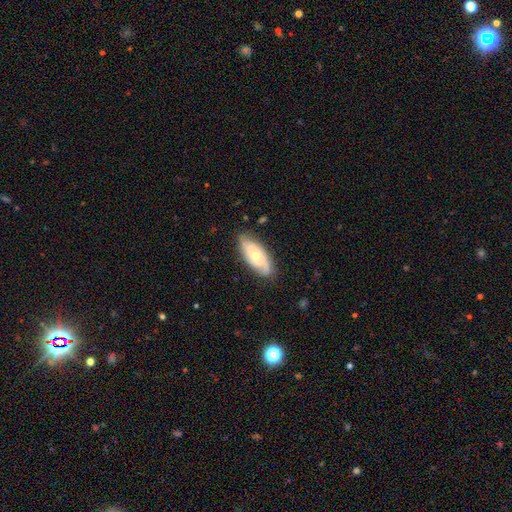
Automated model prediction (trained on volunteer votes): Smooth or featured: featured or disk — 55% (smooth — 39%)
Edge-on disk: no — 87% (yes — 13%)
Merging: none — 78% (minor disturbance — 17%)